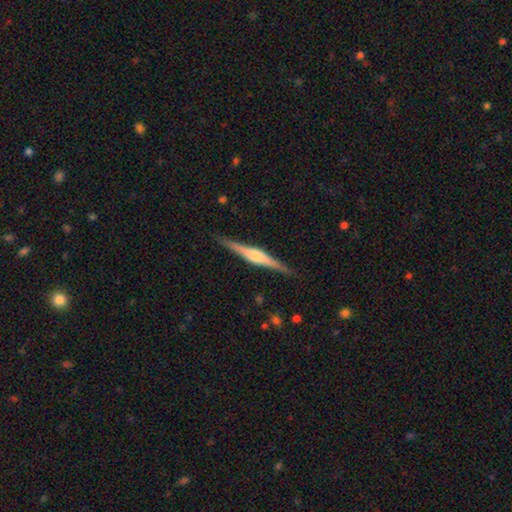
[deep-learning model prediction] smooth-or-featured: featured or disk: 75% | smooth: 19% | star or artifact: 5%
  disk-edge-on: yes: 98% | no: 2%
    edge-on-bulge: rounded: 73% | boxy: 21% | none: 7%
  merging: none: 89% | minor disturbance: 8% | major disturbance: 2% | merger: 1%